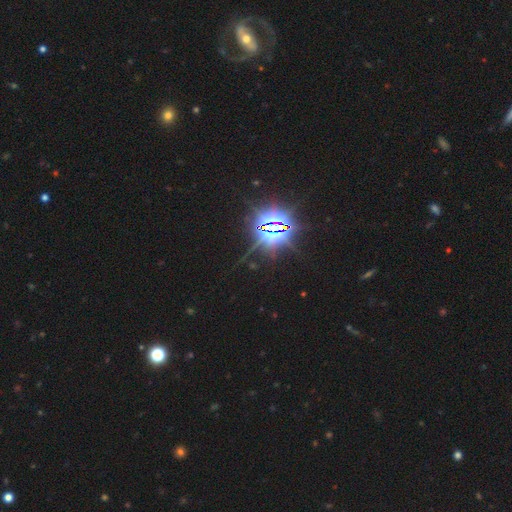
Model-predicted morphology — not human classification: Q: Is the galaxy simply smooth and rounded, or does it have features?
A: star or artifact — 85%.